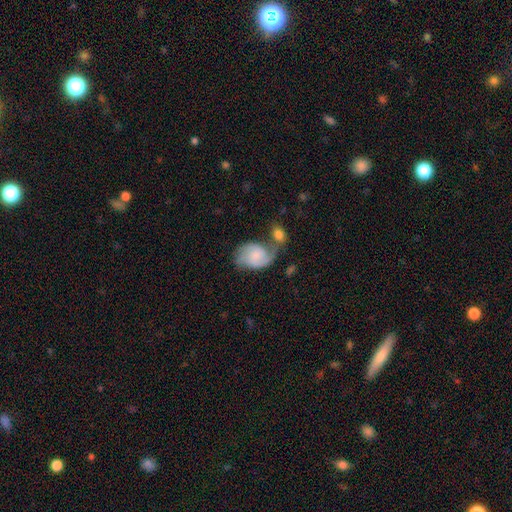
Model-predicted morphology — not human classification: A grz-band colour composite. It shows a featured or disk galaxy (59%) with no bar (63%), 2 (75%) medium (46%) spiral arms (89%) and a small central bulge (46%). Merging: merger (34%).